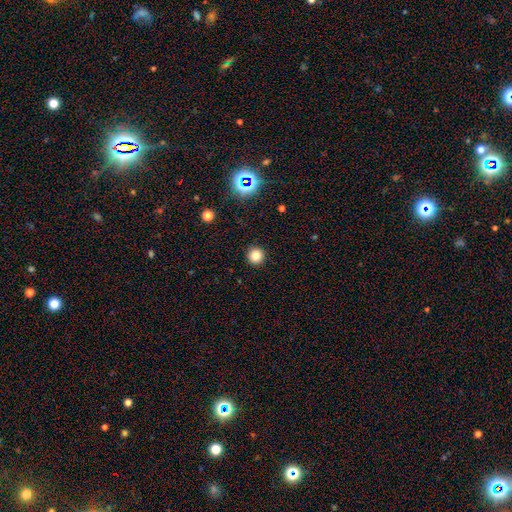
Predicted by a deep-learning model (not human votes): Overall: smooth (80%). How rounded: round (96%). Merging: none (93%).